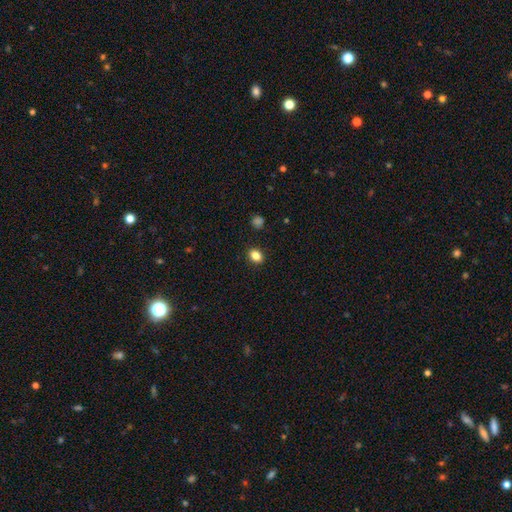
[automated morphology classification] Smooth or featured: smooth — 85% (star or artifact — 10%)
How rounded: in between — 66% (round — 32%)
Merging: none — 90% (minor disturbance — 7%)